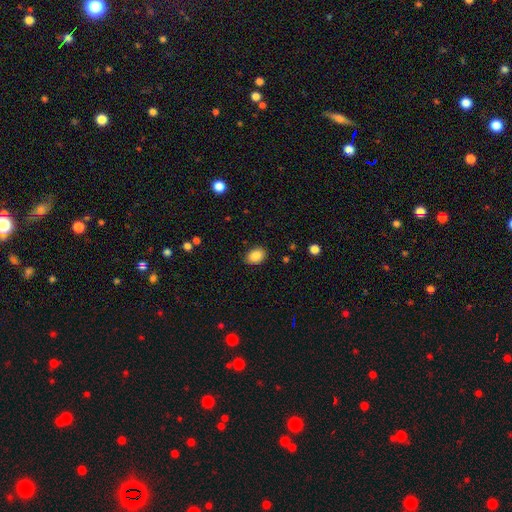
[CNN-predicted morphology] Smooth or featured?
  - smooth: 87% *
  - star or artifact: 8%
  - featured or disk: 5%
How rounded?
  - in between: 74% *
  - round: 25%
  - cigar-shaped: 1%
Merging?
  - none: 85% *
  - minor disturbance: 12%
  - major disturbance: 3%
  - merger: 1%